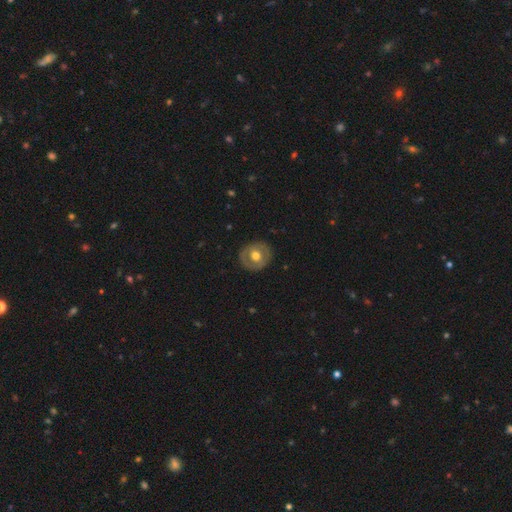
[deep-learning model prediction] smooth_or_featured: featured or disk (p=0.54) [alt: smooth p=0.41]
disk_edge_on: no (p=0.95) [alt: yes p=0.05]
bar: no (p=0.73) [alt: weak p=0.20]
has_spiral_arms: no (p=0.76) [alt: yes p=0.24]
bulge_size: moderate (p=0.71) [alt: large p=0.22]
merging: none (p=0.86) [alt: minor disturbance p=0.10]